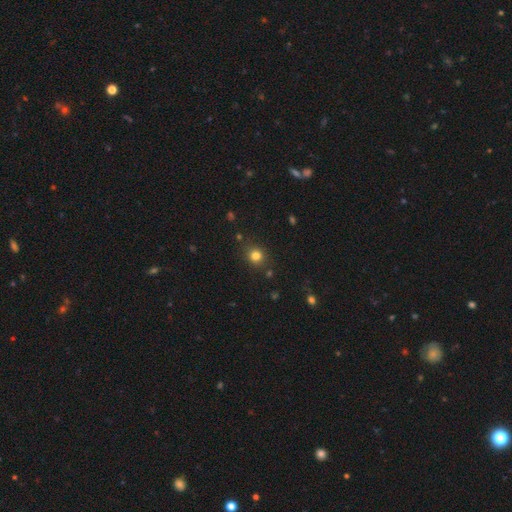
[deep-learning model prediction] Overall: smooth (80%). How rounded: round (83%). Merging: none (85%).